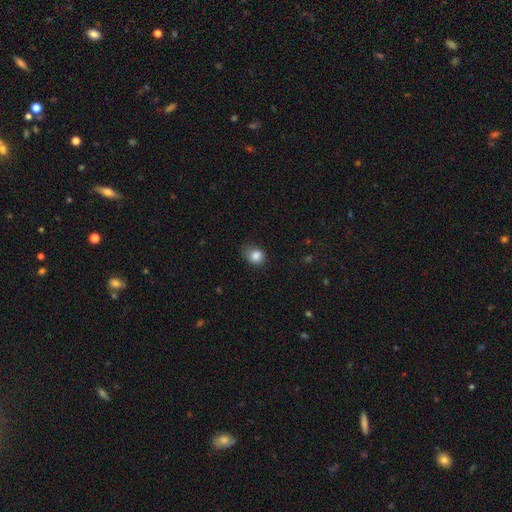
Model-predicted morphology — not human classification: A smooth galaxy with no disk features (84%) that is round (65%).

Vote fractions:
- Smooth or featured? smooth: 84% / star or artifact: 10% / featured or disk: 5%
- How rounded? round: 65% / in between: 34% / cigar-shaped: 1%
- Merging? none: 58% / minor disturbance: 31% / major disturbance: 10% / merger: 1%